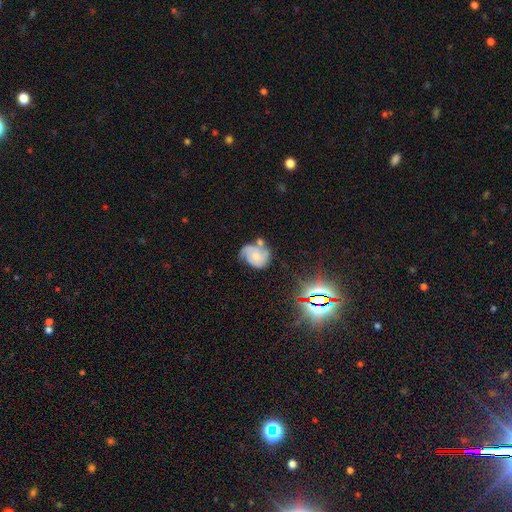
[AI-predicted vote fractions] The model was most divided on "spiral winding": tight: 44%, medium: 40%, loose: 16%. Remaining: edge-on disk — no (97%); spiral arms — yes (87%); bar — no (73%); smooth or featured — featured or disk (62%); bulge size — small (51%); spiral arm count — 2 (51%); merging — none (44%).